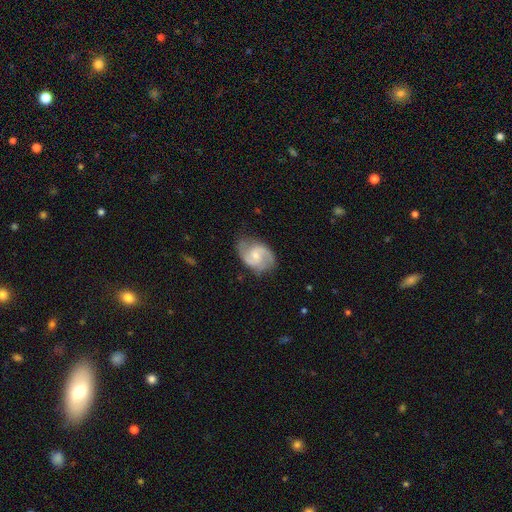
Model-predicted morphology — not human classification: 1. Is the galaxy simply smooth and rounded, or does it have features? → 81% featured or disk, 14% smooth, 5% star or artifact.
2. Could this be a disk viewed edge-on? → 98% no, 2% yes.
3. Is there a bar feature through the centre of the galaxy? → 50% weak, 41% no, 9% strong.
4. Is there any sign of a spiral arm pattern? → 96% yes, 4% no.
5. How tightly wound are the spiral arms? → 56% medium, 25% loose, 19% tight.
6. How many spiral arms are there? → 90% 2, 4% can't tell, 2% 3, 2% 1, 1% 4, 1% more than 4.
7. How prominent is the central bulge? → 53% small, 40% moderate, 4% none, 2% large, 1% dominant.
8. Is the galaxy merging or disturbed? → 75% none, 18% minor disturbance, 5% major disturbance, 1% merger.